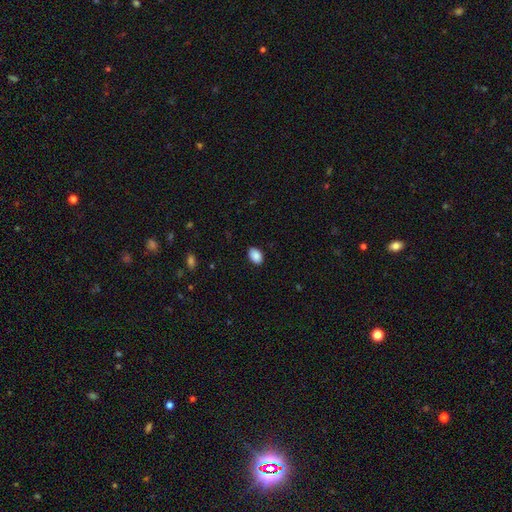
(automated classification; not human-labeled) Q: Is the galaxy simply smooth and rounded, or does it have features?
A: smooth — 89%.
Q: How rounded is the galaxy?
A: in between — 85%.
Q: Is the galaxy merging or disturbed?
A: none — 87%.